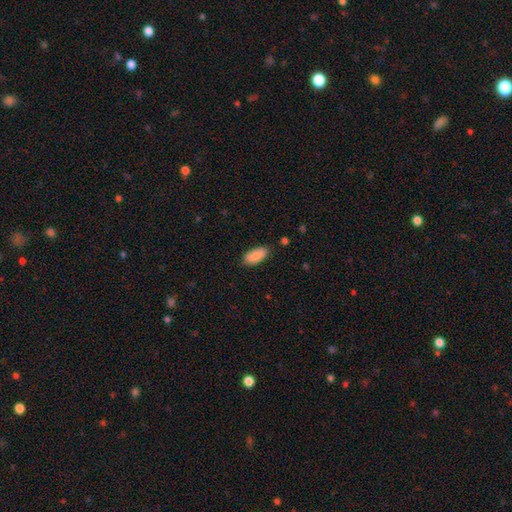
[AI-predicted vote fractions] The model was most divided on "merging": none: 84%, minor disturbance: 13%, major disturbance: 2%, merger: 1%. More confident: smooth or featured — smooth (89%); how rounded — in between (89%).